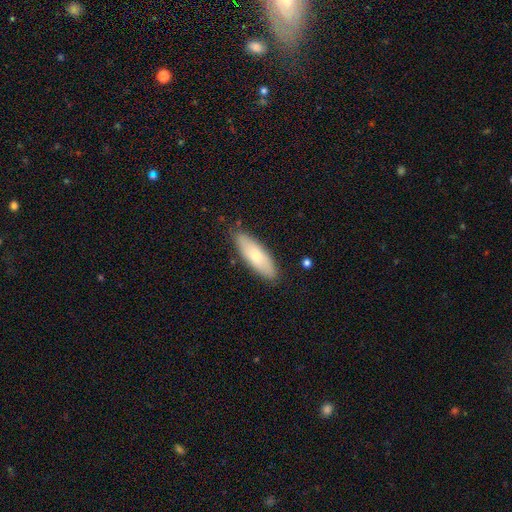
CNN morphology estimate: Overall: smooth (66%; featured or disk 28%). How rounded: in between (56%; cigar-shaped 42%). Merging: none (84%).